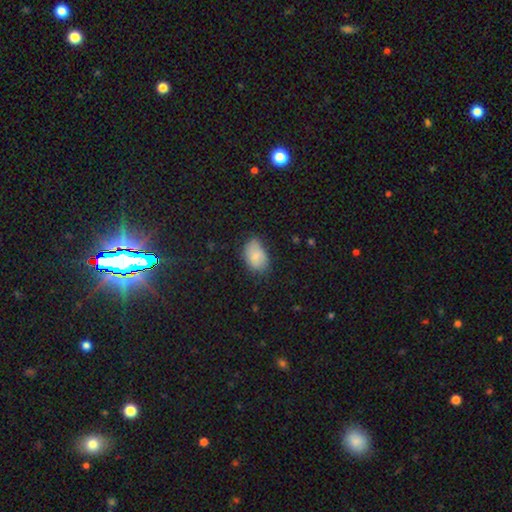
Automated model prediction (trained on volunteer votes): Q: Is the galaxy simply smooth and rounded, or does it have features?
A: smooth — 83%.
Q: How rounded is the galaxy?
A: in between — 88%.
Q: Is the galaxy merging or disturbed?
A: none — 60%.